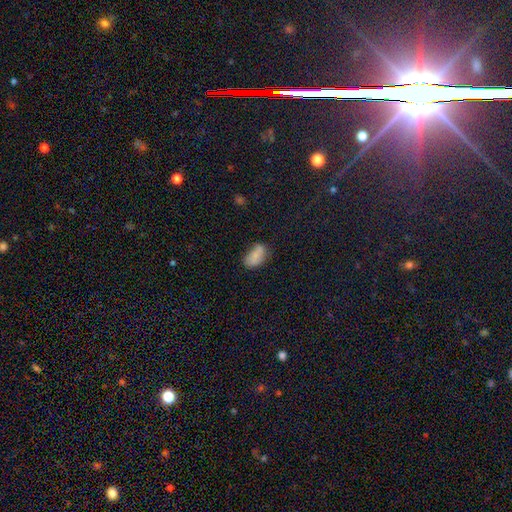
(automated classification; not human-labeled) Smooth or featured? Predicted: smooth (p=0.74). How rounded? Predicted: in between (p=0.91). Merging? Predicted: none (p=0.56).